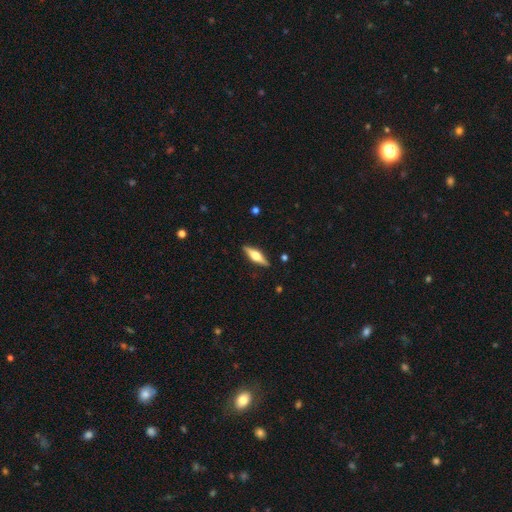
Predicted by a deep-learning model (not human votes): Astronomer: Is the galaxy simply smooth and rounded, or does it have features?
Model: featured or disk — 63%.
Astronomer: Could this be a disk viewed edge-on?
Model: yes — 96%.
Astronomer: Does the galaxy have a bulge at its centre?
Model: rounded — 93%.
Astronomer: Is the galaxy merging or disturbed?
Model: none — 89%.